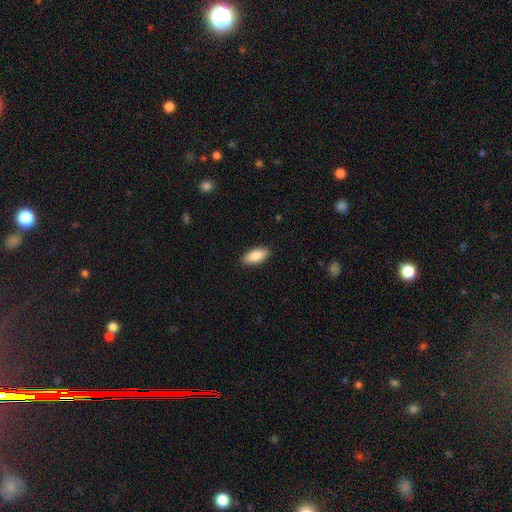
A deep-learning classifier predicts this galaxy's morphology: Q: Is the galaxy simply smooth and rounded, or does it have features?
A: smooth — 87%.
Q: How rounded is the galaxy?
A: in between — 89%.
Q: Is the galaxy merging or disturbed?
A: none — 88%.